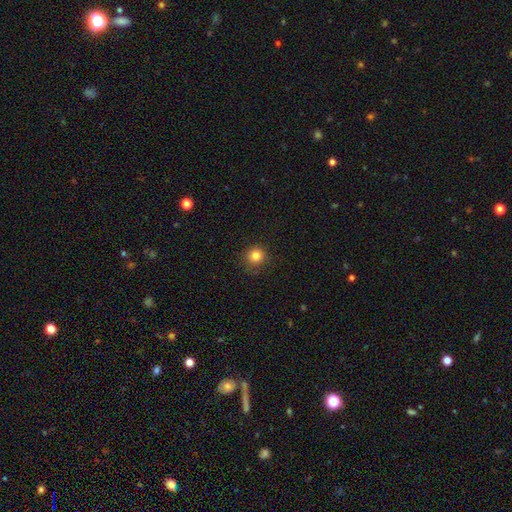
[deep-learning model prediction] smooth_or_featured: smooth (p=0.82) [alt: star or artifact p=0.13]
how_rounded: round (p=0.92) [alt: in between p=0.07]
merging: none (p=0.84) [alt: minor disturbance p=0.11]